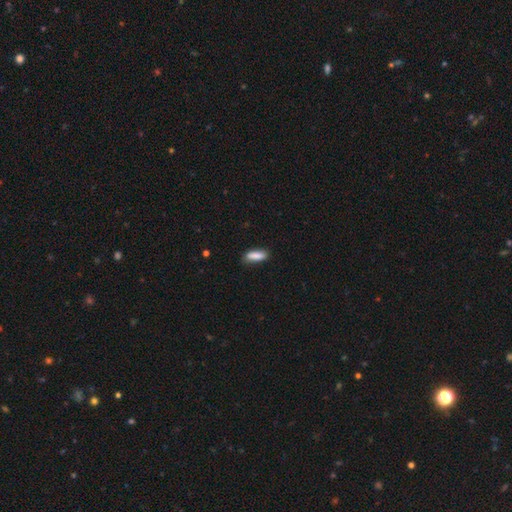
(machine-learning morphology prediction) Smooth or featured: smooth — 86% (featured or disk — 7%)
How rounded: in between — 54% (cigar-shaped — 44%)
Merging: none — 78% (minor disturbance — 16%)